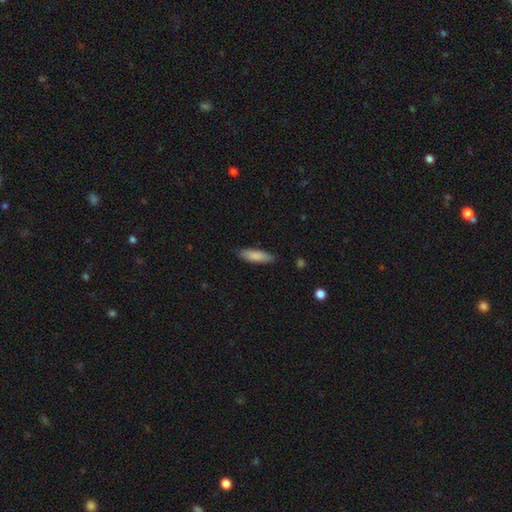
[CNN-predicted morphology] This appears to be a smooth galaxy with no disk features (85%) that is cigar-shaped (58%). Merging: none (84%).